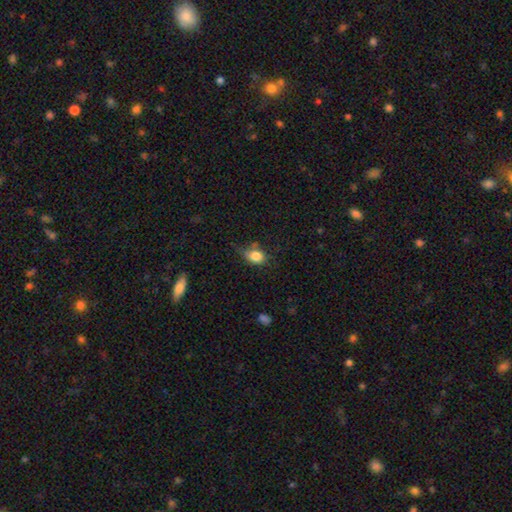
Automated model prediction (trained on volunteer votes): smooth-or-featured: smooth: 81% | star or artifact: 10% | featured or disk: 9%
  how-rounded: in between: 63% | round: 36% | cigar-shaped: 2%
  merging: none: 57% | minor disturbance: 29% | major disturbance: 9% | merger: 5%